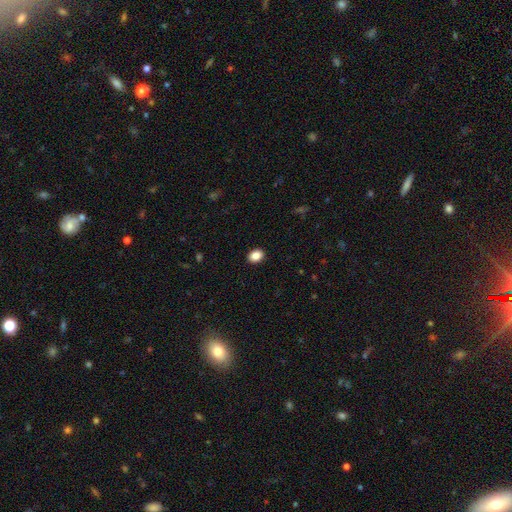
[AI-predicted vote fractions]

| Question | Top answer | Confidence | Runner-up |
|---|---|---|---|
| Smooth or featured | smooth | 88% | star or artifact (9%) |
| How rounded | in between | 66% | round (33%) |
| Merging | none | 91% | minor disturbance (6%) |